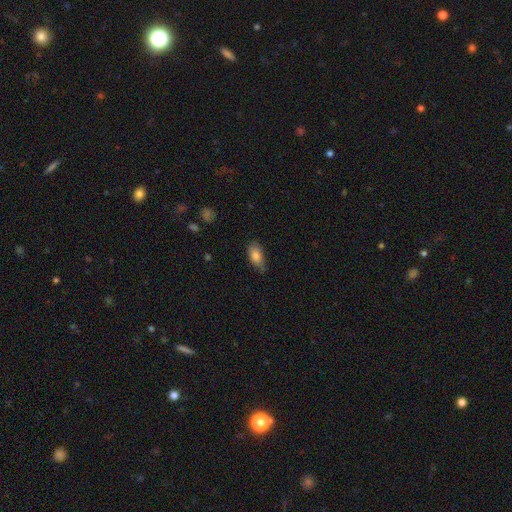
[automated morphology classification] Smooth or featured? Predicted: smooth (p=0.81). How rounded? Predicted: in between (p=0.90). Merging? Predicted: none (p=0.66).